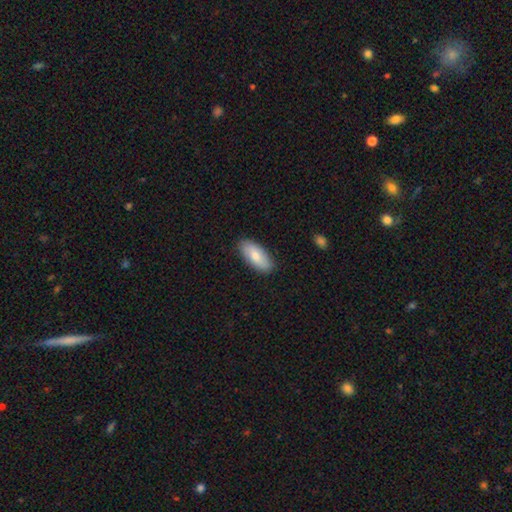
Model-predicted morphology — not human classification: smooth 78%, featured or disk 17%, star or artifact 5%. Down the decision tree: how rounded — in between (87%); merging — none (87%).